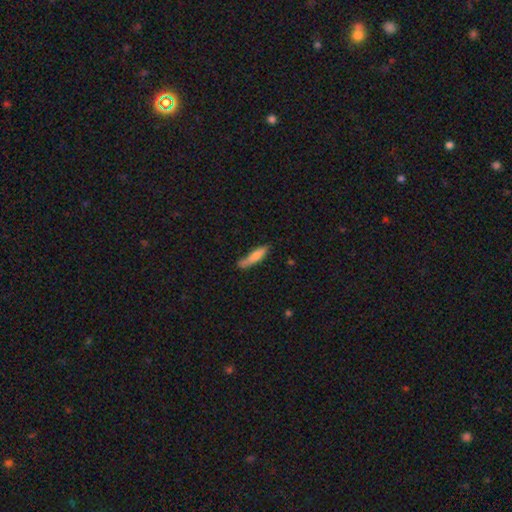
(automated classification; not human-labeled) This appears to be a smooth galaxy with no disk features (75%) that is cigar-shaped (78%). Merging: none (59%).